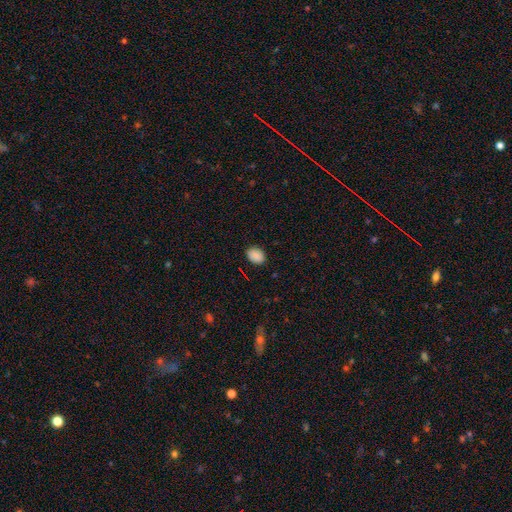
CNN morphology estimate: type=smooth (88%); roundness=in between (72%); merging=none (87%).